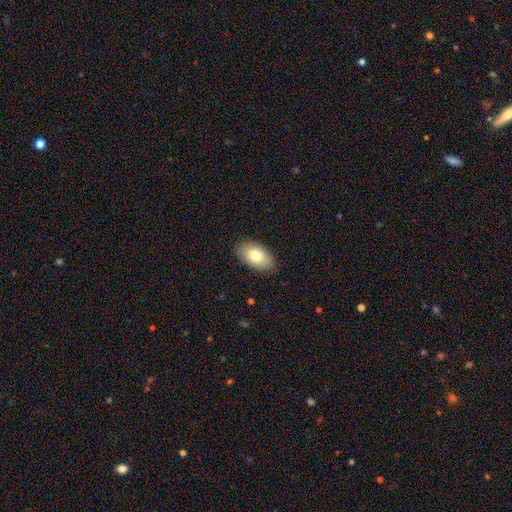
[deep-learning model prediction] Q: Smooth or featured?
A: smooth (78%); runner-up: featured or disk (15%)
Q: How rounded?
A: in between (94%); runner-up: round (5%)
Q: Merging?
A: none (87%); runner-up: minor disturbance (10%)